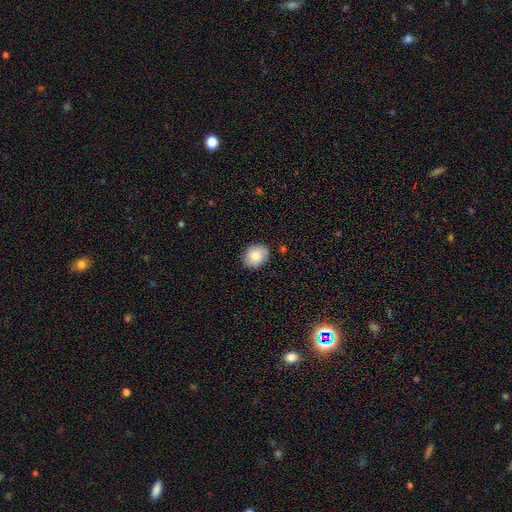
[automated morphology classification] A smooth galaxy with no disk features (80%) that is round (54%).

Vote fractions:
- Smooth or featured? smooth: 80% / featured or disk: 12% / star or artifact: 8%
- How rounded? round: 54% / in between: 45% / cigar-shaped: 1%
- Merging? none: 84% / minor disturbance: 13% / major disturbance: 2% / merger: 1%